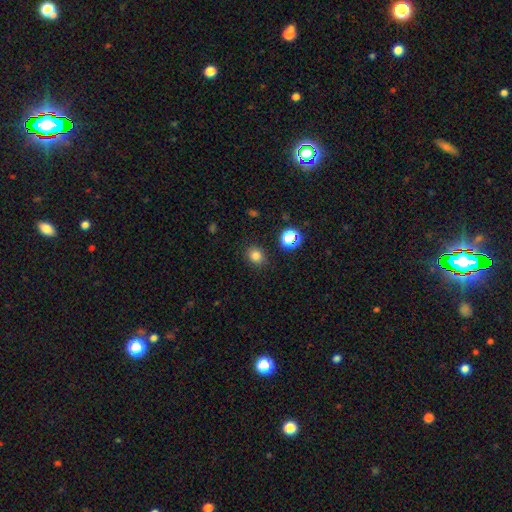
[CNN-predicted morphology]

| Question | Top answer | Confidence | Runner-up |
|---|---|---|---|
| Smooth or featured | smooth | 80% | star or artifact (14%) |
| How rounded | round | 67% | in between (32%) |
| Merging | none | 87% | minor disturbance (9%) |